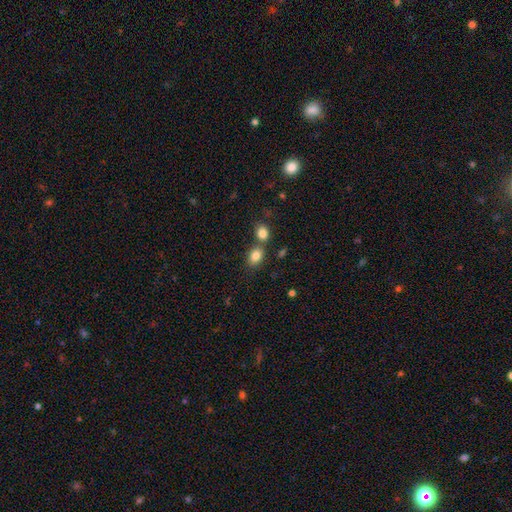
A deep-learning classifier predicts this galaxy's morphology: Overall: smooth (83%). How rounded: in between (68%; round 31%). Merging: none (57%; merger 29%).